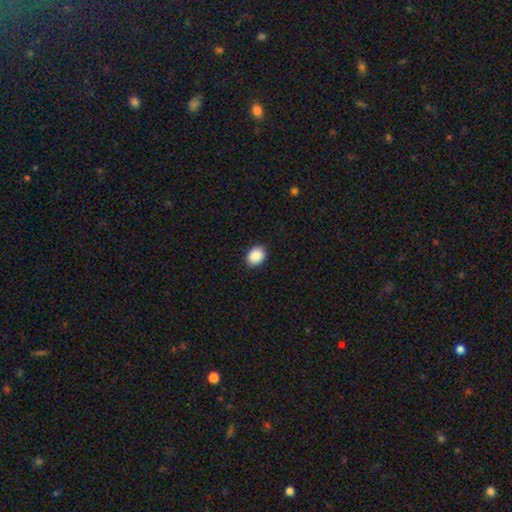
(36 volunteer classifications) smooth_or_featured: smooth (p=0.92) [alt: star or artifact p=0.06]
how_rounded: in between (p=0.67) [alt: round p=0.30]
merging: none (p=0.82) [alt: minor disturbance p=0.12]